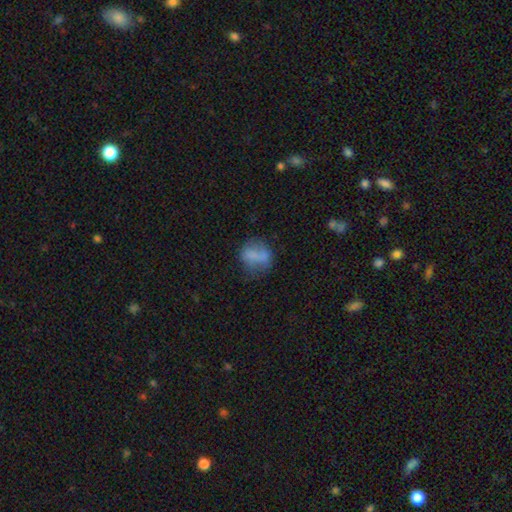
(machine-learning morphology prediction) smooth-or-featured: smooth: 67% | featured or disk: 23% | star or artifact: 10%
  how-rounded: round: 53% | in between: 44% | cigar-shaped: 3%
  merging: none: 48% | minor disturbance: 26% | major disturbance: 17% | merger: 9%